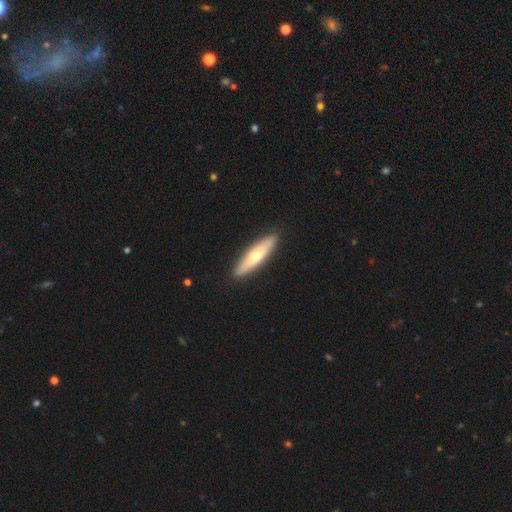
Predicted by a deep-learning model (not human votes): This is possibly a smooth galaxy (55%). How rounded: likely cigar-shaped (77%). Merging: clearly none (91%).